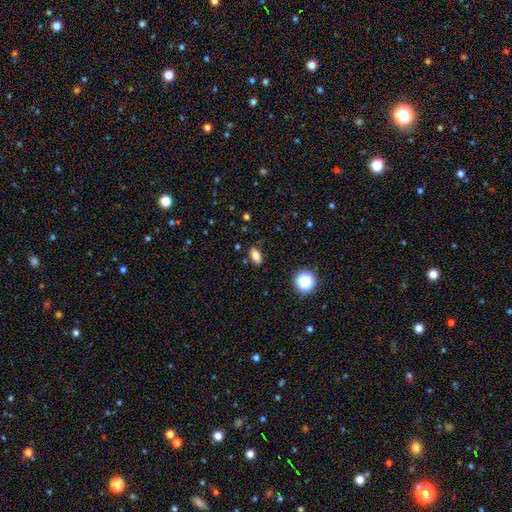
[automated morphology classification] This appears to be a smooth galaxy with no disk features (79%) that is in between round and cigar-shaped (83%). Merging: none (86%).